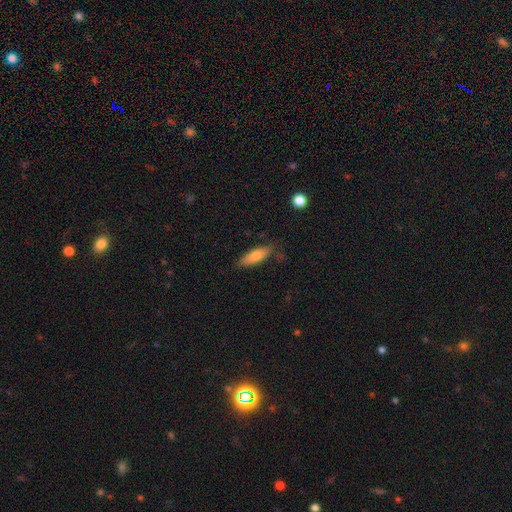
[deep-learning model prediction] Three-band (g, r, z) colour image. It shows a smooth galaxy with no disk features (74%) that is in between round and cigar-shaped (54%). Merging: none (78%).